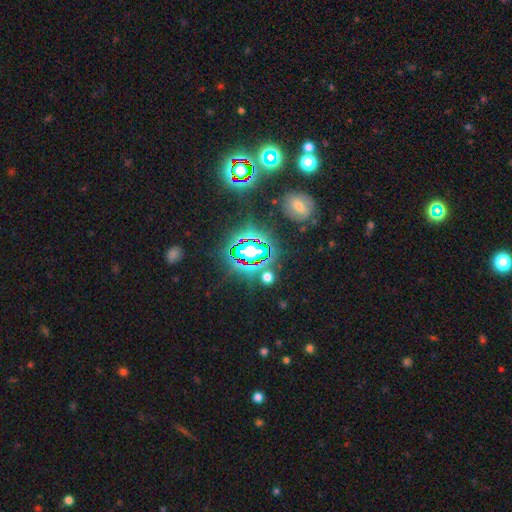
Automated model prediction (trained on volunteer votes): A star or artifact, not a galaxy (80%).